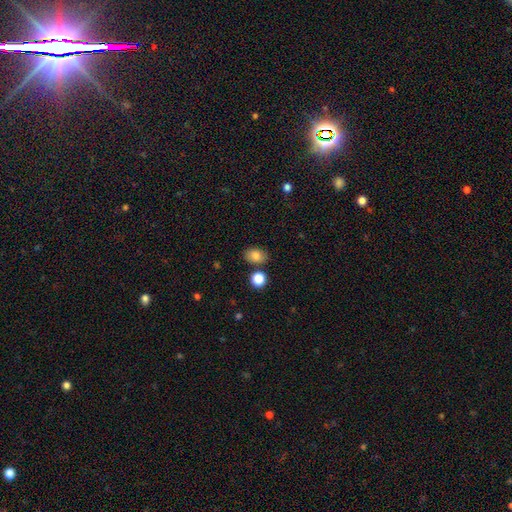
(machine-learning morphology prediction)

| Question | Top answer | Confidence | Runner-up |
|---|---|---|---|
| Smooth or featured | smooth | 83% | star or artifact (10%) |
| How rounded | in between | 75% | round (24%) |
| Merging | none | 79% | minor disturbance (11%) |